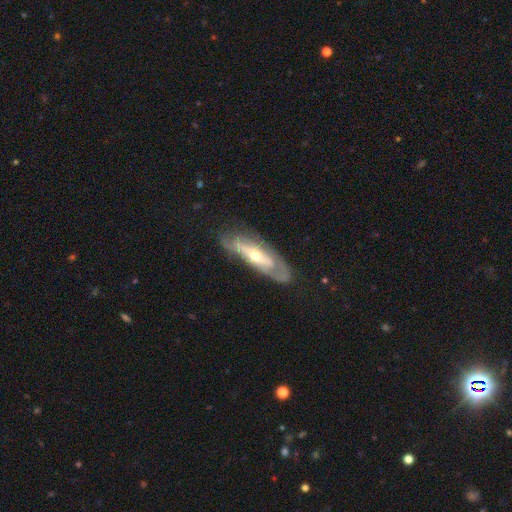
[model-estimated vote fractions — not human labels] featured or disk 70%, smooth 25%, star or artifact 5%. Down the decision tree: edge-on disk — no (67%); merging — none (65%).